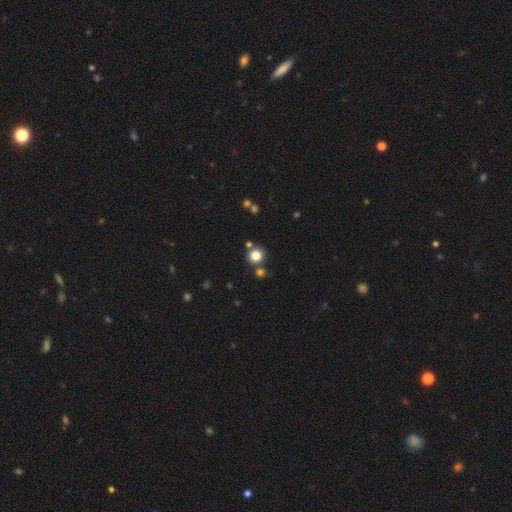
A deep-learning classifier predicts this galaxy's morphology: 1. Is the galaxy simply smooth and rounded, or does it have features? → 82% smooth, 12% star or artifact, 6% featured or disk.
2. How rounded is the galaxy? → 91% round, 8% in between, 1% cigar-shaped.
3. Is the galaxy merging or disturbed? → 78% none, 11% merger, 8% minor disturbance, 3% major disturbance.